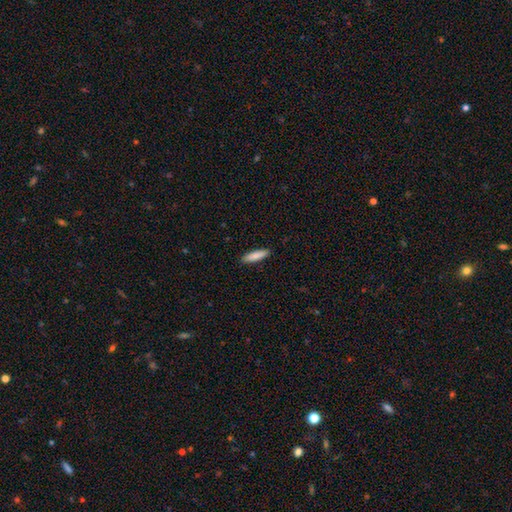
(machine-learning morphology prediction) A smooth galaxy with no disk features (87%) that is cigar-shaped (76%).

Vote fractions:
- Smooth or featured? smooth: 87% / featured or disk: 8% / star or artifact: 5%
- How rounded? cigar-shaped: 76% / in between: 22% / round: 1%
- Merging? none: 91% / minor disturbance: 7% / major disturbance: 1% / merger: 1%